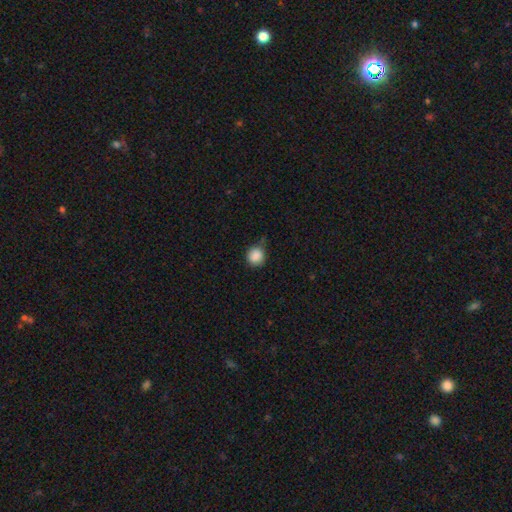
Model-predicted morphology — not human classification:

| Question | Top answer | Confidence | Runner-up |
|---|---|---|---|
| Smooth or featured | smooth | 88% | star or artifact (9%) |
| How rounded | round | 88% | in between (11%) |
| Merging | none | 70% | minor disturbance (22%) |